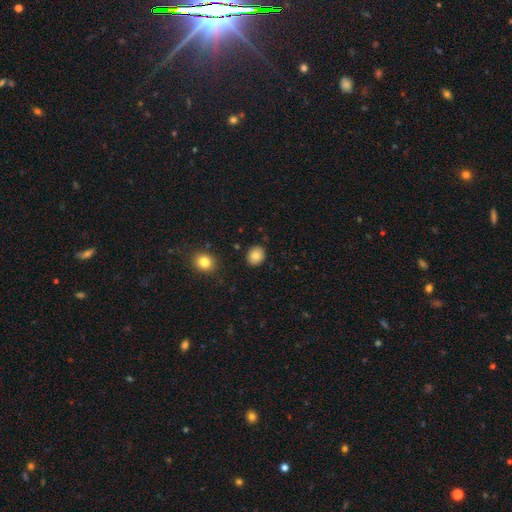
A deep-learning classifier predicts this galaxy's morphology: Overall: smooth (83%). How rounded: round (71%). Merging: none (89%).